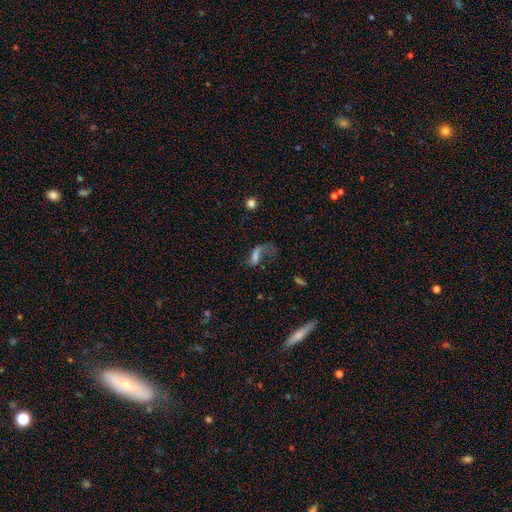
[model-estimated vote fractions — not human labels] This appears to be a featured or disk galaxy (44%). Merging: major disturbance (50%).